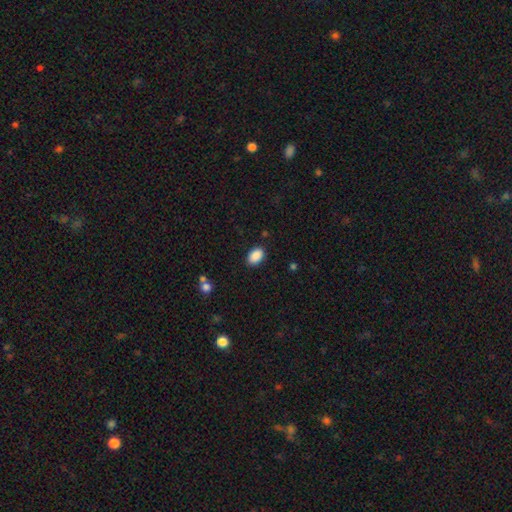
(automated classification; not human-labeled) Smooth or featured? Predicted: smooth (p=0.90). How rounded? Predicted: in between (p=0.88). Merging? Predicted: none (p=0.88).